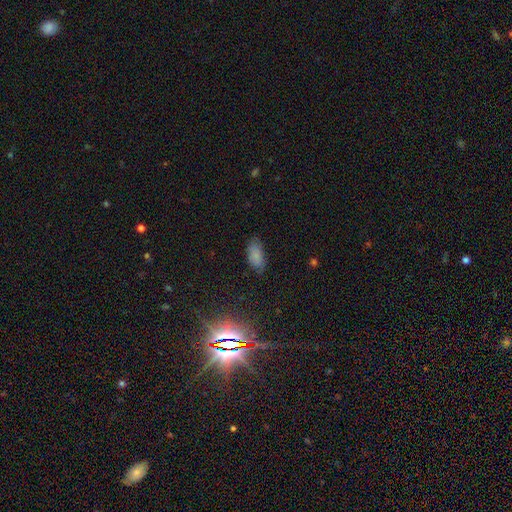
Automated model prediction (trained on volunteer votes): Morphology: type=smooth (80%); roundness=in between (92%); merging=none (75%).